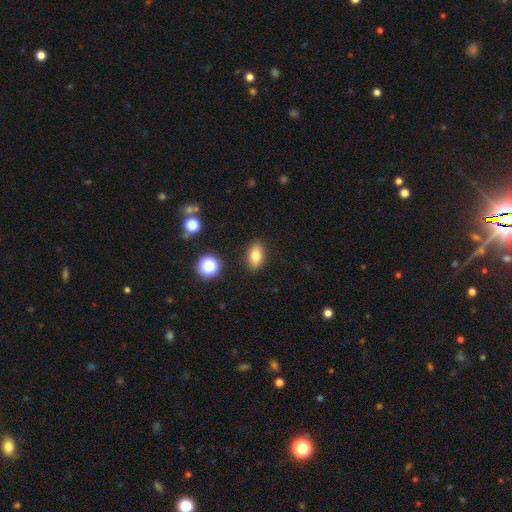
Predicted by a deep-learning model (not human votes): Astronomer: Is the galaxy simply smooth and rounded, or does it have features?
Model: smooth — 78%.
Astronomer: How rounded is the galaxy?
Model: in between — 84%.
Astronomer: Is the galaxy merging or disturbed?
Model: none — 88%.